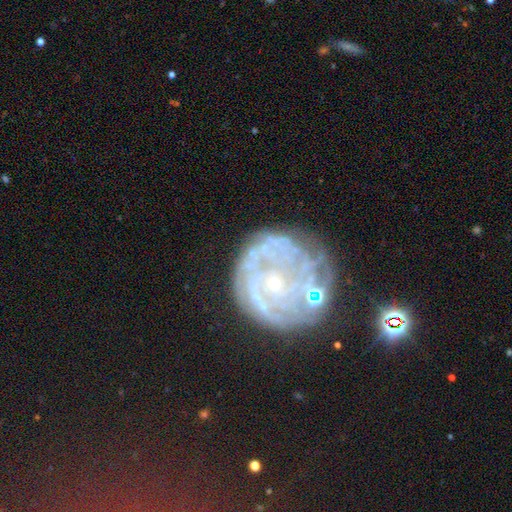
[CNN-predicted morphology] type=featured or disk (82%); edge-on=no (98%); bar=no (76%); spiral arms=yes (89%); winding=tight (72%); arm count=can't tell (35%); bulge=small (73%); merging=none (60%).